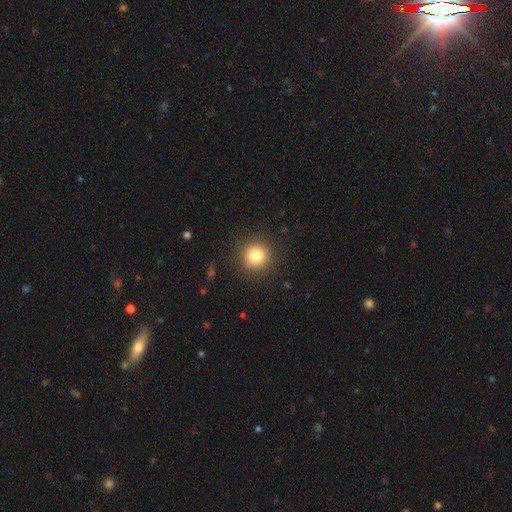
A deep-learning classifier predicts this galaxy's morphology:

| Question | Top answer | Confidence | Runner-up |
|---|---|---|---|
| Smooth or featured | smooth | 81% | star or artifact (11%) |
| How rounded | round | 94% | in between (5%) |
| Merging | none | 91% | minor disturbance (6%) |